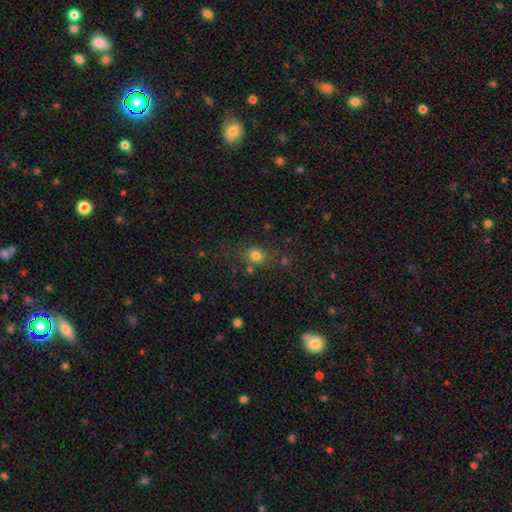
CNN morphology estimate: This appears to be a smooth galaxy with no disk features (77%) that is round (67%). Merging: none (71%).